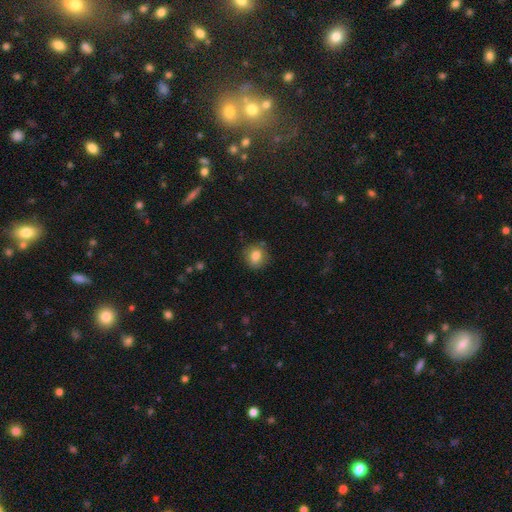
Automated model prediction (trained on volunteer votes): Morphology: type=smooth (81%); roundness=round (76%); merging=none (81%).